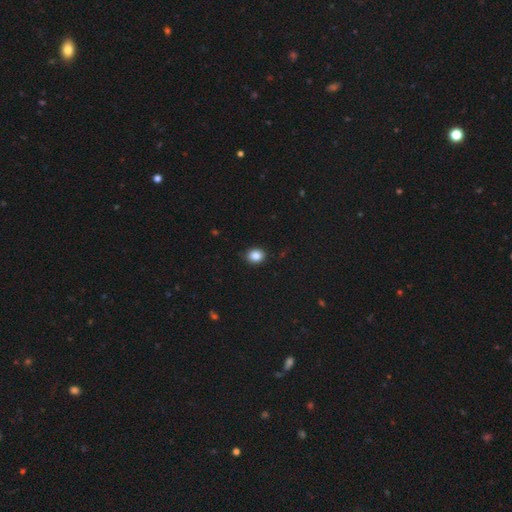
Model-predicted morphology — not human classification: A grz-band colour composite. It shows a smooth galaxy with no disk features (87%) that is round (63%). Merging: none (90%).